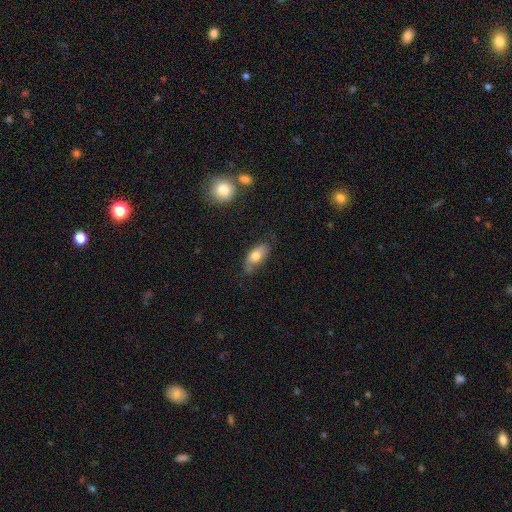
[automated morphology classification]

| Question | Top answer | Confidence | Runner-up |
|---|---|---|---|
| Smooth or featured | smooth | 71% | featured or disk (22%) |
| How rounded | in between | 86% | cigar-shaped (10%) |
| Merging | none | 63% | minor disturbance (27%) |